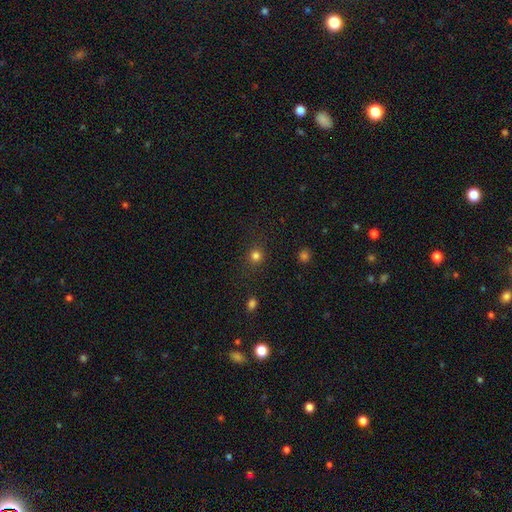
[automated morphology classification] This appears to be a smooth galaxy with no disk features (80%) that is round (89%). Merging: none (86%).